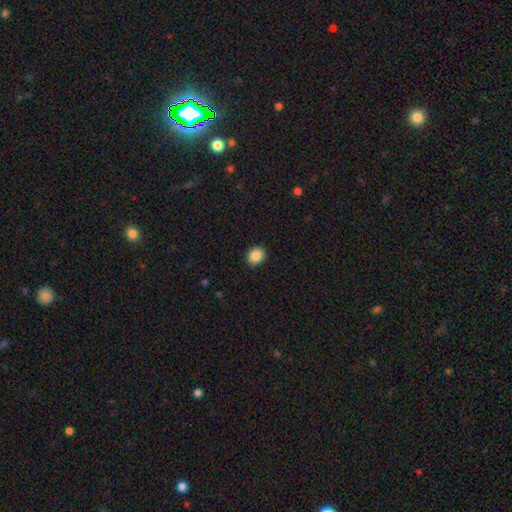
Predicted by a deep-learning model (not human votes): This appears to be a smooth galaxy with no disk features (88%) that is round (60%). Merging: none (91%).